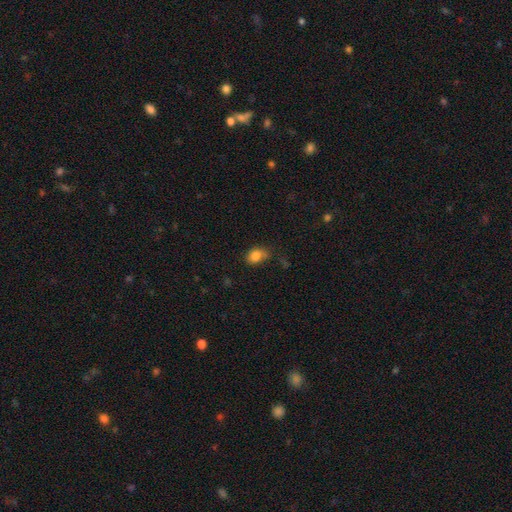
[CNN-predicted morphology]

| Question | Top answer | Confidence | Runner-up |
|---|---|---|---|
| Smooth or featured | smooth | 83% | star or artifact (10%) |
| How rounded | in between | 64% | round (35%) |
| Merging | none | 56% | minor disturbance (31%) |